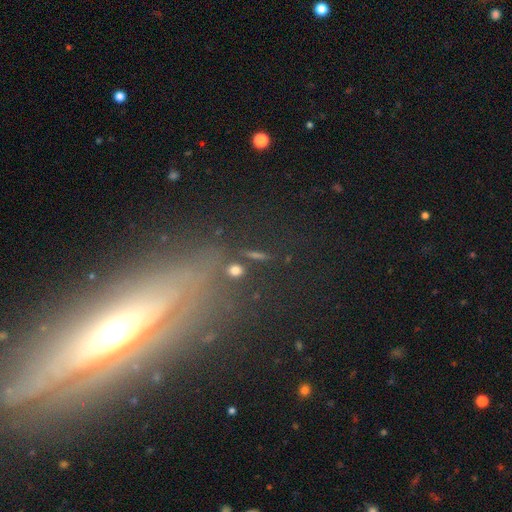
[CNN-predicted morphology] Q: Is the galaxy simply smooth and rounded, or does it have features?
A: featured or disk — 54%.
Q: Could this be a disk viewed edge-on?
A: no — 54%.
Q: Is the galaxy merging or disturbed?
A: none — 68%.